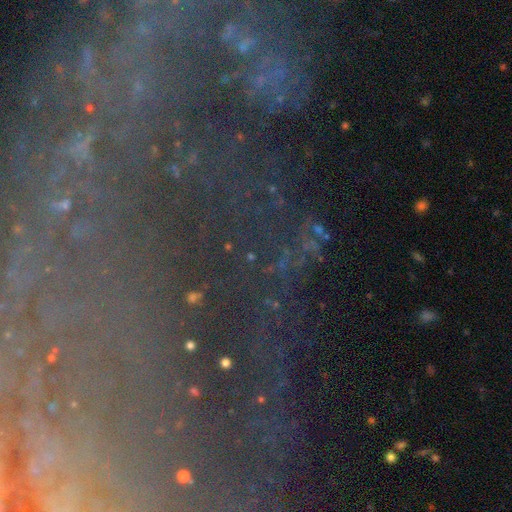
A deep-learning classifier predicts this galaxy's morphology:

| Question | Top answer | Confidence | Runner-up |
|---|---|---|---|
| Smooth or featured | star or artifact | 60% | featured or disk (27%) |